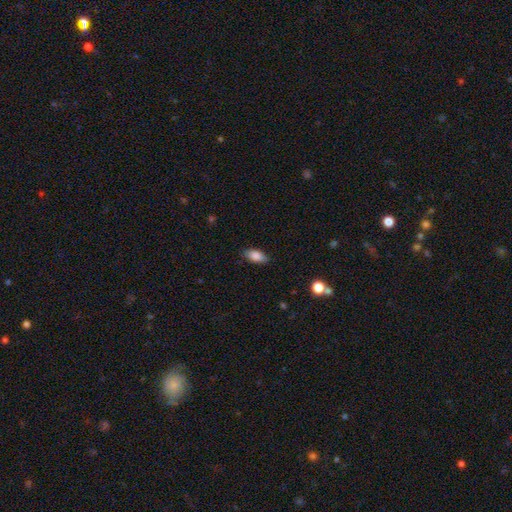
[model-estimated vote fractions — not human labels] Smooth or featured? Predicted: smooth (p=0.85). How rounded? Predicted: in between (p=0.88). Merging? Predicted: none (p=0.85).